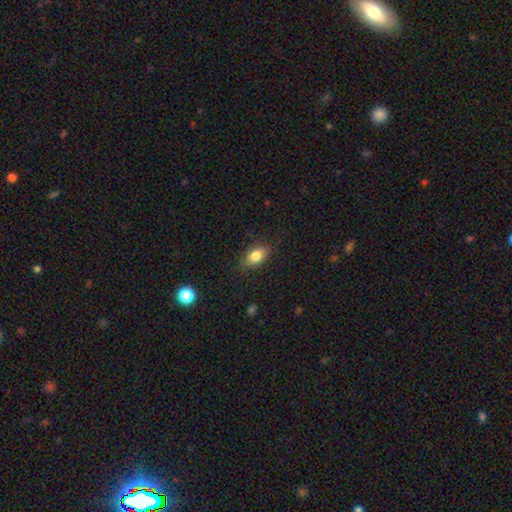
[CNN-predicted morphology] smooth 80%, featured or disk 12%, star or artifact 8%. Down the decision tree: how rounded — in between (87%); merging — none (83%).